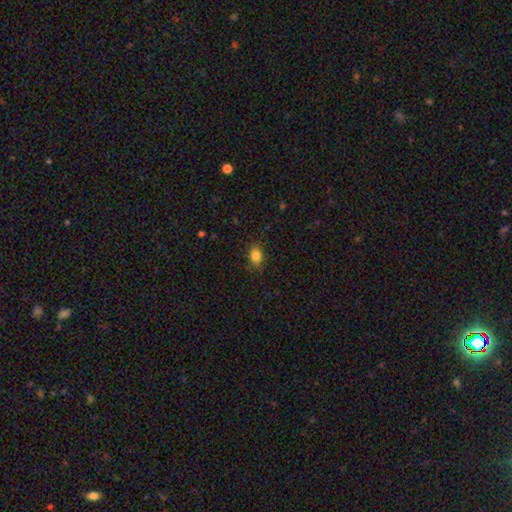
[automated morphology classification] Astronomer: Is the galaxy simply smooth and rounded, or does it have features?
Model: smooth — 84%.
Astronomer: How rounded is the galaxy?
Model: in between — 73%.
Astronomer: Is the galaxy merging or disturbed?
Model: none — 84%.